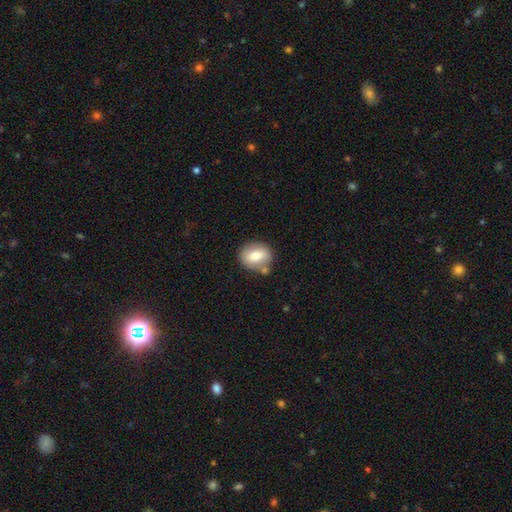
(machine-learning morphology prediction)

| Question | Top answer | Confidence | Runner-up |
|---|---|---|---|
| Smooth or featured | smooth | 71% | featured or disk (21%) |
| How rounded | round | 54% | in between (44%) |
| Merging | none | 71% | minor disturbance (14%) |